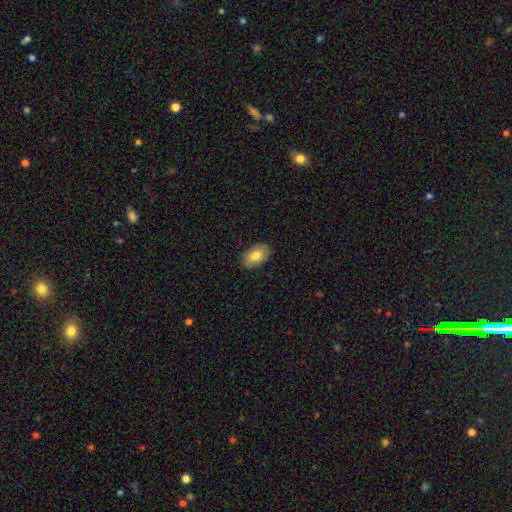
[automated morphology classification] This appears to be a smooth galaxy with no disk features (81%) that is in between round and cigar-shaped (93%). Merging: none (88%).